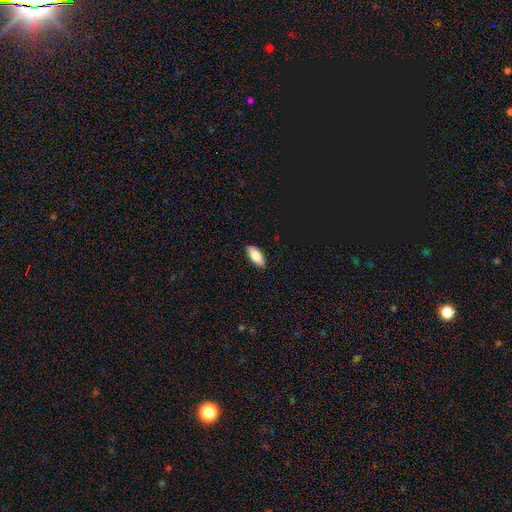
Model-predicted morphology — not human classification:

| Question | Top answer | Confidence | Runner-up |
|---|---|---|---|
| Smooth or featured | smooth | 77% | featured or disk (16%) |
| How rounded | in between | 83% | cigar-shaped (15%) |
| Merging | none | 89% | minor disturbance (9%) |